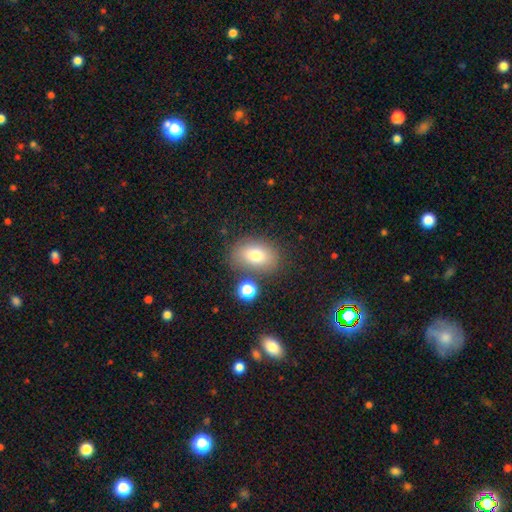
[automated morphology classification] smooth 76%, featured or disk 13%, star or artifact 11%. Down the decision tree: how rounded — in between (82%); merging — none (75%).